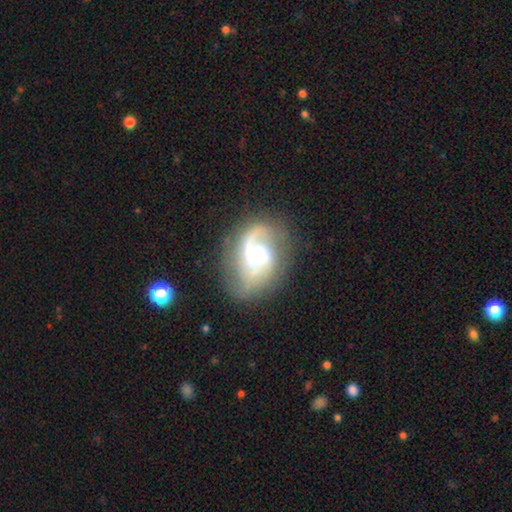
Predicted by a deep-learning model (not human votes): This appears to be a featured or disk galaxy (86%) with no bar (51%), 2 (72%) medium (49%) spiral arms (97%) and a moderate central bulge (57%). Merging: none (71%).